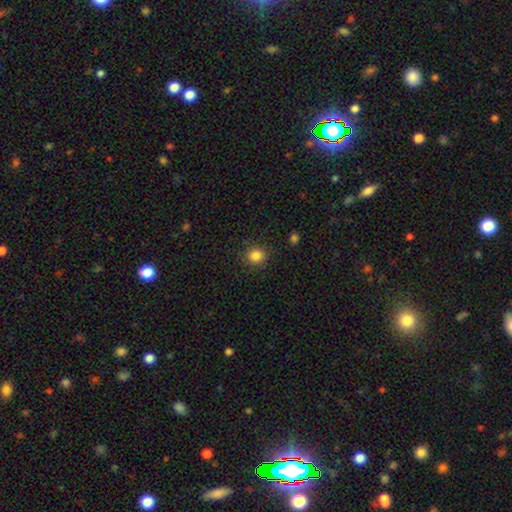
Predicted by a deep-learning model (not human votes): This is clearly a smooth galaxy (85%). How rounded: clearly round (87%). Merging: clearly none (89%).